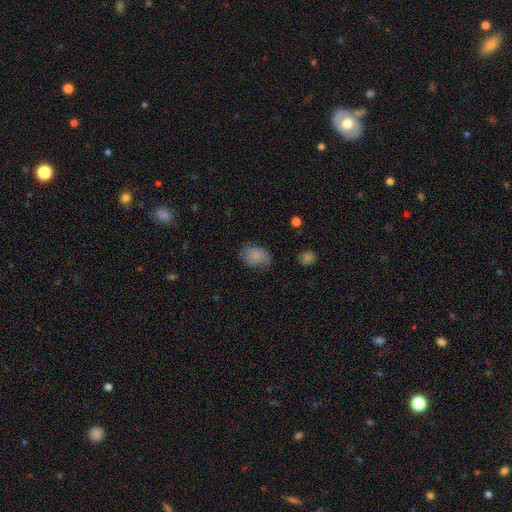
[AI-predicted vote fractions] This appears to be a smooth galaxy with no disk features (77%) that is in between round and cigar-shaped (69%). Merging: none (66%).